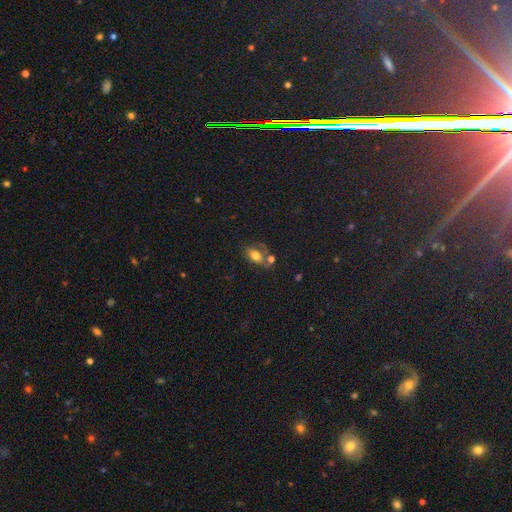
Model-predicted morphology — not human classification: type=smooth (65%); roundness=in between (85%); merging=none (44%).